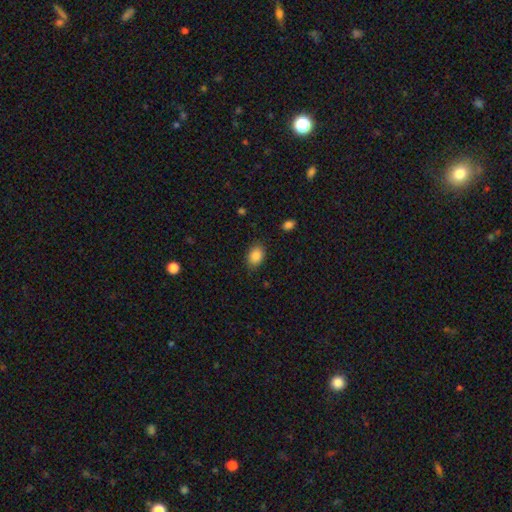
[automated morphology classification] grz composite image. It shows a smooth galaxy with no disk features (86%) that is in between round and cigar-shaped (77%). Merging: none (84%).